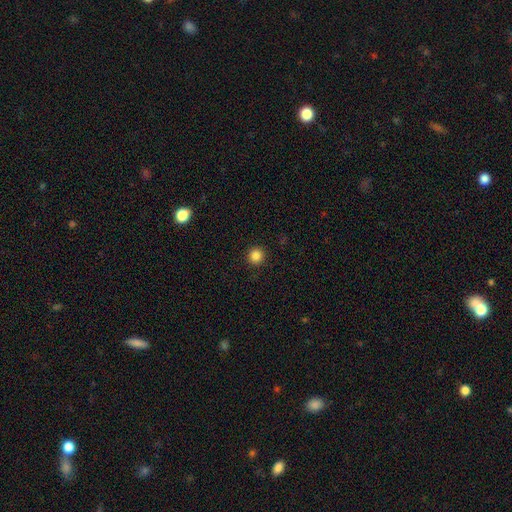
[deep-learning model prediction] A smooth galaxy with no disk features (86%) that is round (95%).

Vote fractions:
- Smooth or featured? smooth: 86% / star or artifact: 11% / featured or disk: 3%
- How rounded? round: 95% / in between: 4% / cigar-shaped: 1%
- Merging? none: 93% / minor disturbance: 4% / major disturbance: 2% / merger: 1%